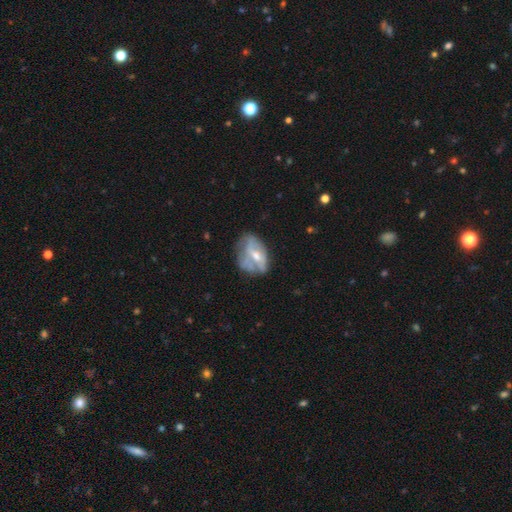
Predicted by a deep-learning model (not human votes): This is possibly a featured or disk galaxy (55%). It is clearly not viewed edge-on (94%). Bar: possibly no (55%). Spiral arm pattern: likely no (72%). Central bulge: possibly moderate (54%). Merging: marginally none (40%).